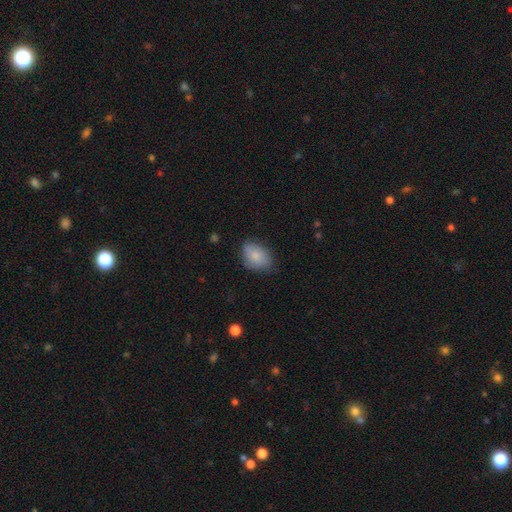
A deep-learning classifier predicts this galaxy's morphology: Overall: smooth (81%). How rounded: in between (85%). Merging: none (68%).